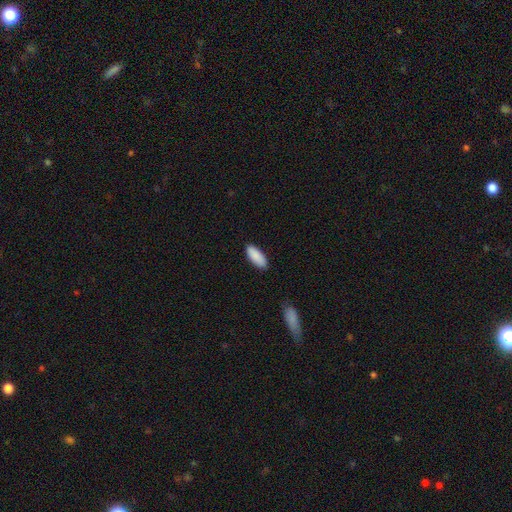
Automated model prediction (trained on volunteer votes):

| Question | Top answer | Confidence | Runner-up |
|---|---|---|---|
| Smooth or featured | smooth | 89% | star or artifact (6%) |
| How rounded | in between | 81% | cigar-shaped (18%) |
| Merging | none | 87% | minor disturbance (9%) |